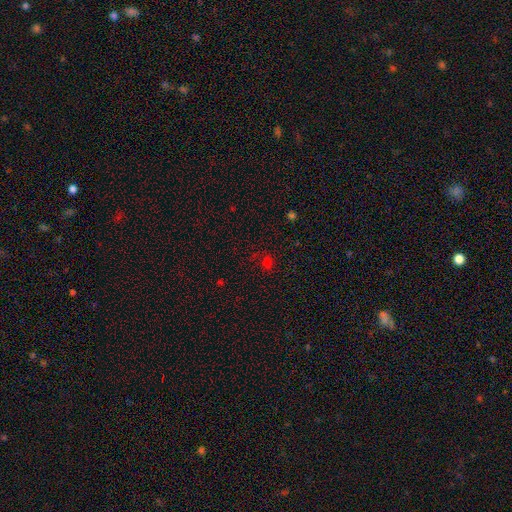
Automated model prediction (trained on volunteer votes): The model was most divided on "smooth or featured": smooth: 58%, star or artifact: 36%, featured or disk: 6%. More confident: merging — none (70%); how rounded — round (66%).